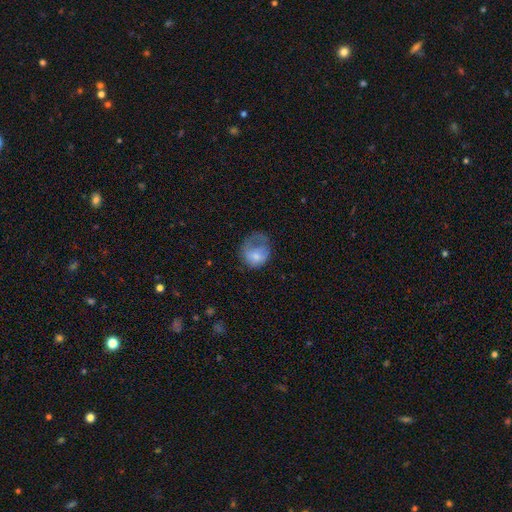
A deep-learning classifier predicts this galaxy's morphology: A smooth galaxy with no disk features (68%) that is round (58%). Merging: major disturbance (47%).